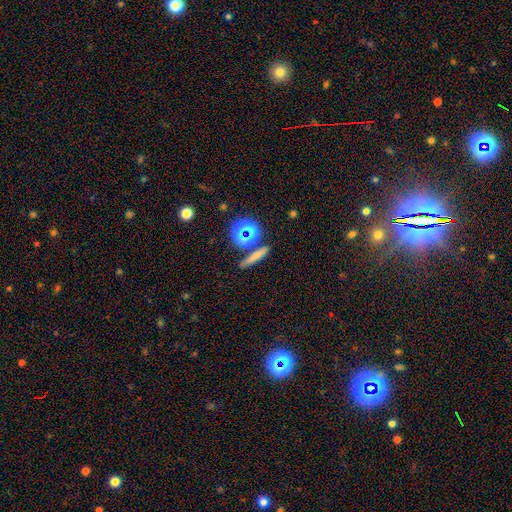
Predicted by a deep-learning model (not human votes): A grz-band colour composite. It shows a smooth galaxy with no disk features (64%) that is cigar-shaped (72%). Merging: none (80%).